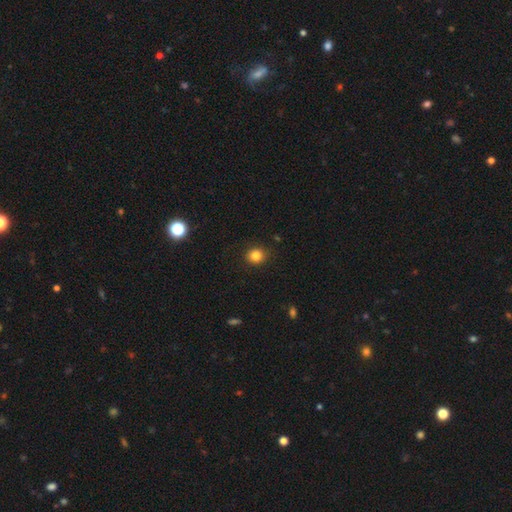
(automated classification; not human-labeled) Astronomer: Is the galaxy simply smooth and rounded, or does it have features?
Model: smooth — 83%.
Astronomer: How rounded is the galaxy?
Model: round — 80%.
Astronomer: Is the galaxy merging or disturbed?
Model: none — 89%.